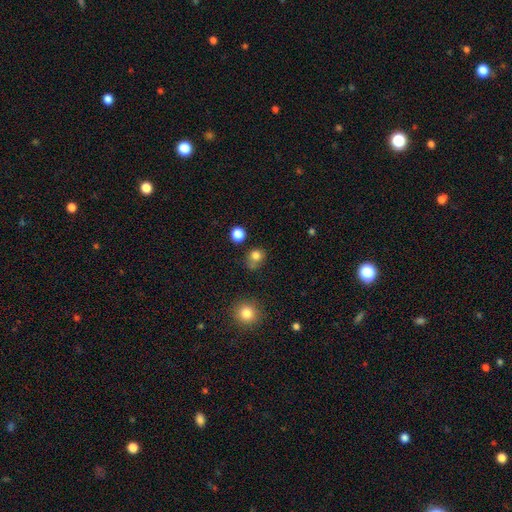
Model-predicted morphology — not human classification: Smooth or featured? smooth (79%)
How rounded? round (71%)
Merging? none (60%)